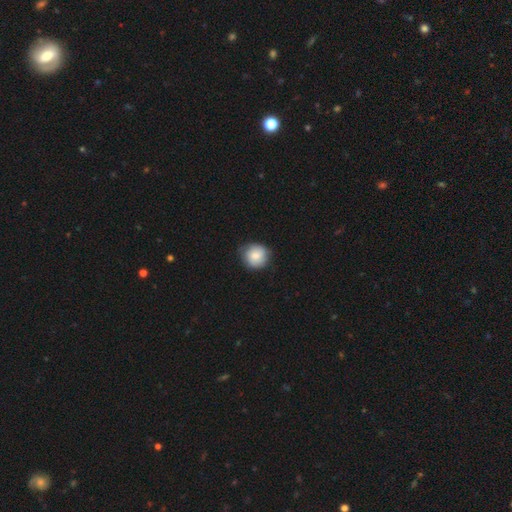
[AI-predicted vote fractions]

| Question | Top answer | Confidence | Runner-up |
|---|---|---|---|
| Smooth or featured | smooth | 78% | featured or disk (15%) |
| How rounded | round | 89% | in between (10%) |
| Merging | none | 76% | minor disturbance (19%) |